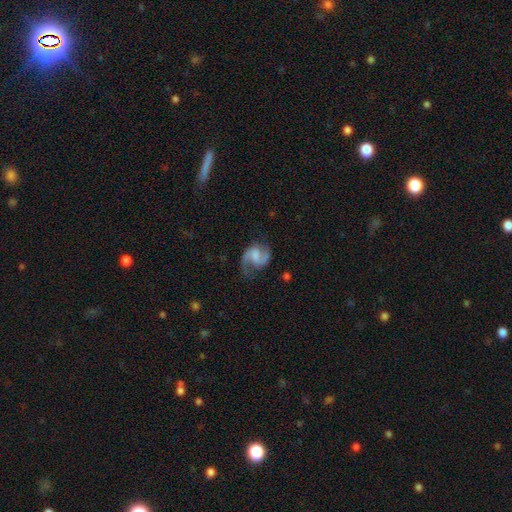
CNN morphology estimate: A featured or disk galaxy (84%) with a weak bar (52%), 2 (91%) medium (54%) spiral arms (96%) and no central bulge (38%).

Vote fractions:
- Smooth or featured? featured or disk: 84% / smooth: 10% / star or artifact: 6%
- Edge-on disk? no: 98% / yes: 2%
- Bar? weak: 52% / no: 31% / strong: 17%
- Spiral arms? yes: 96% / no: 4%
- Spiral winding? medium: 54% / loose: 32% / tight: 14%
- Spiral arm count? 2: 91% / 1: 3% / can't tell: 3% / 3: 1% / 4: 1% / more than 4: 1%
- Bulge size? none: 38% / moderate: 26% / small: 23% / large: 11% / dominant: 2%
- Merging? none: 71% / minor disturbance: 18% / major disturbance: 9% / merger: 2%